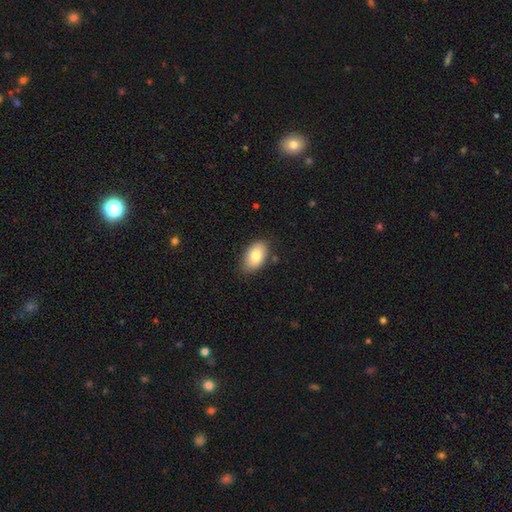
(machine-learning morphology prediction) Smooth or featured: smooth — 80% (featured or disk — 13%)
How rounded: in between — 92% (round — 6%)
Merging: none — 81% (minor disturbance — 15%)